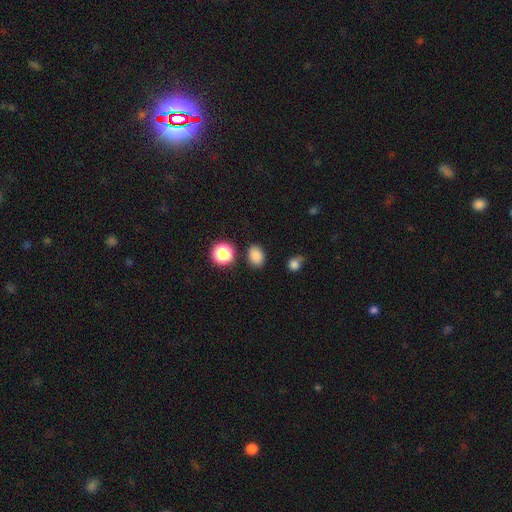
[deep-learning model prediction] This appears to be a smooth galaxy with no disk features (84%) that is in between round and cigar-shaped (68%). Merging: none (84%).